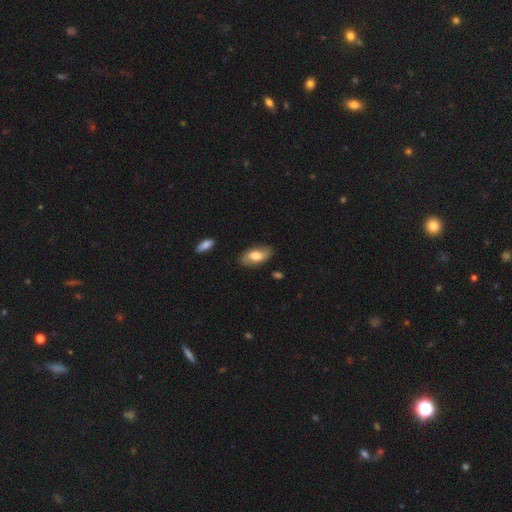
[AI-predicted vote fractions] This appears to be a smooth galaxy with no disk features (59%) that is in between round and cigar-shaped (91%). Merging: none (81%).